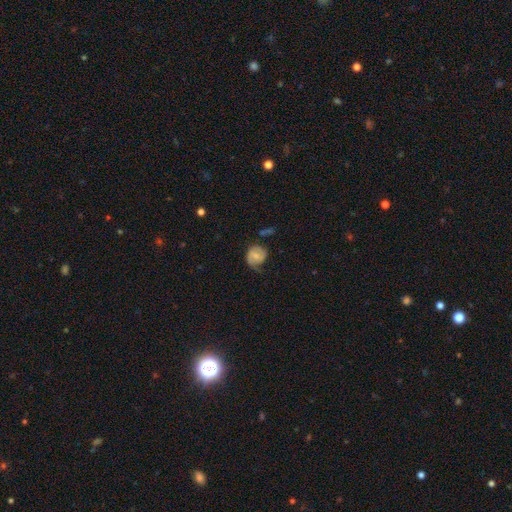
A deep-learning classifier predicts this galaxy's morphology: The model was most divided on "smooth or featured" (2-way tie): featured or disk: 46%, smooth: 46%, star or artifact: 8%. More confident: merging — none (50%).